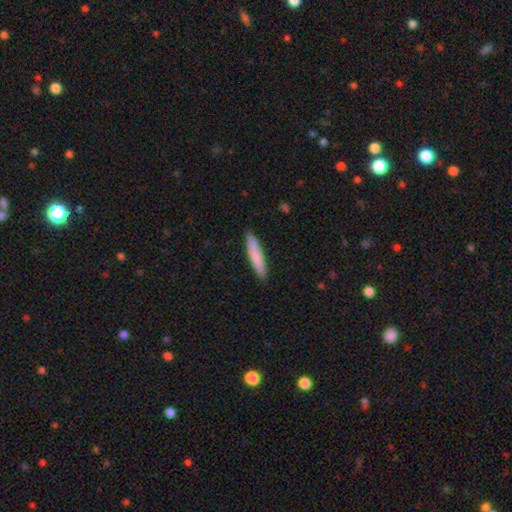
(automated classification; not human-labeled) Q: Smooth or featured?
A: smooth (79%); runner-up: featured or disk (15%)
Q: How rounded?
A: cigar-shaped (90%); runner-up: in between (9%)
Q: Merging?
A: none (90%); runner-up: minor disturbance (8%)